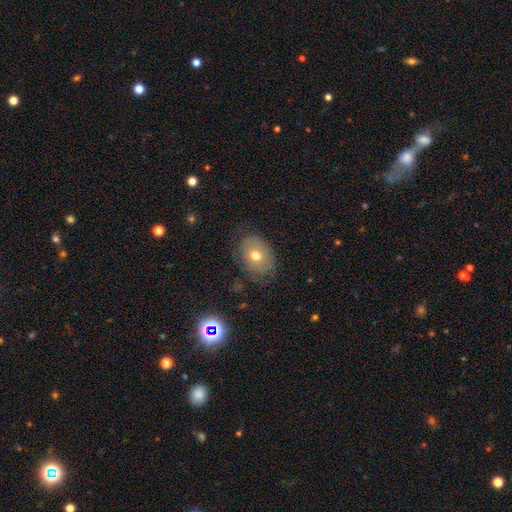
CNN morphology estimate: This appears to be a smooth galaxy with no disk features (64%) that is in between round and cigar-shaped (70%). Merging: none (70%).